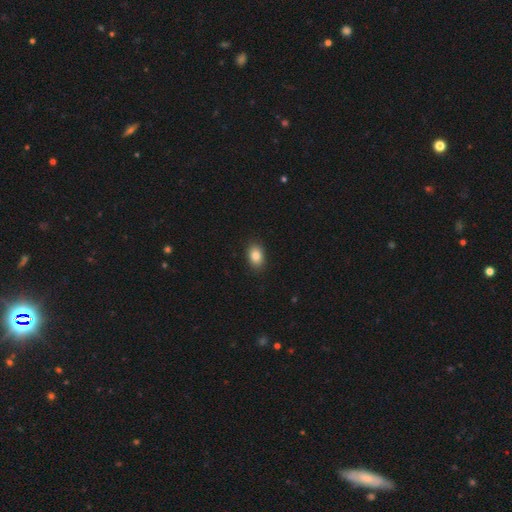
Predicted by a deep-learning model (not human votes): Overall: smooth (85%). How rounded: in between (82%). Merging: none (88%).